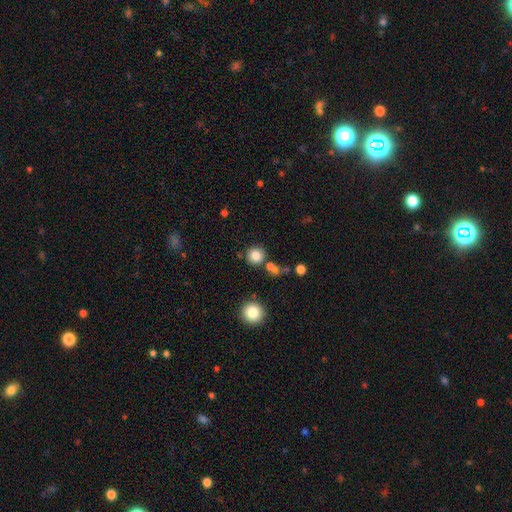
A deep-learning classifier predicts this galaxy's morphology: This is clearly a smooth galaxy (82%). How rounded: clearly round (91%). Merging: likely none (77%).